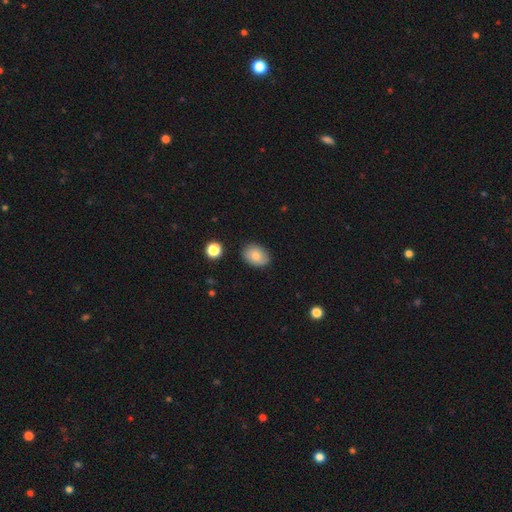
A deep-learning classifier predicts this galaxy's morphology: smooth_or_featured: smooth (p=0.81) [alt: featured or disk p=0.11]
how_rounded: in between (p=0.75) [alt: round p=0.24]
merging: none (p=0.83) [alt: minor disturbance p=0.13]